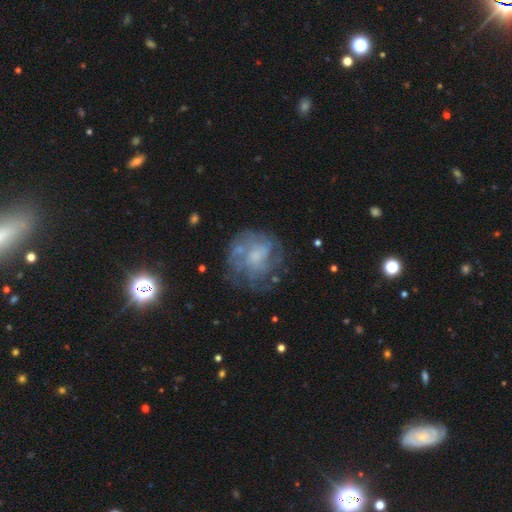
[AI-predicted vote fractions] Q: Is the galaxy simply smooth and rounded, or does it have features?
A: featured or disk — 66%.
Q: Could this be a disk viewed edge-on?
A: no — 98%.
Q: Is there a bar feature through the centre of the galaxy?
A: no — 71%.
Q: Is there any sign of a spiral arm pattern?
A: yes — 69%.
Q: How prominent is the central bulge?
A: none — 31%, tied with small.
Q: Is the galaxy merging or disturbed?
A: none — 64%.